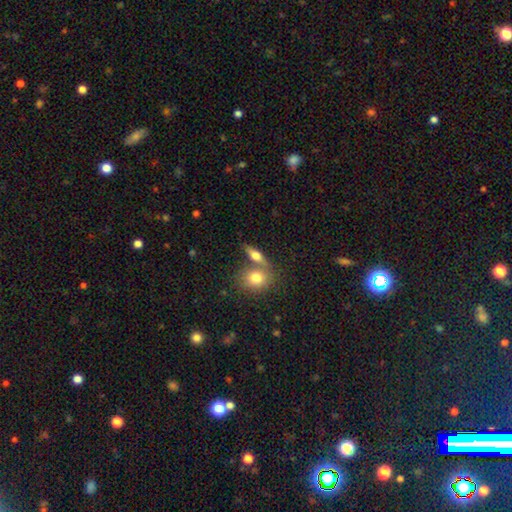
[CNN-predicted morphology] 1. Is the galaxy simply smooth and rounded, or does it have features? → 62% smooth, 30% featured or disk, 8% star or artifact.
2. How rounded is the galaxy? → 54% in between, 23% cigar-shaped, 23% round.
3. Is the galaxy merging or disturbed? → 49% none, 36% merger, 10% minor disturbance, 4% major disturbance.